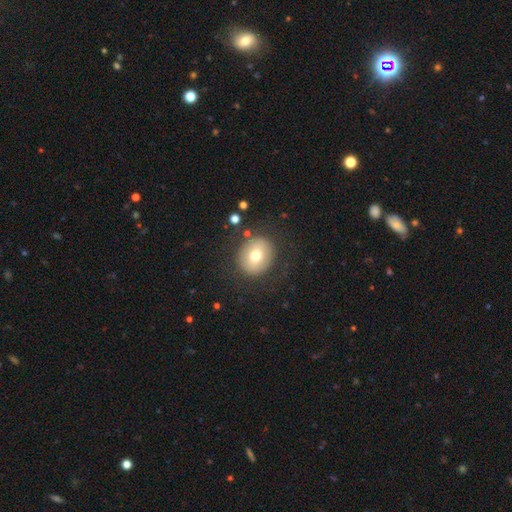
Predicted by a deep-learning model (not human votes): Q: Smooth or featured?
A: smooth (68%); runner-up: featured or disk (22%)
Q: How rounded?
A: round (73%); runner-up: in between (26%)
Q: Merging?
A: none (82%); runner-up: minor disturbance (10%)